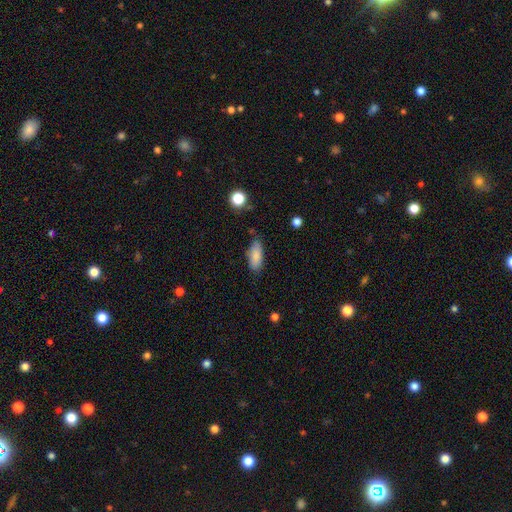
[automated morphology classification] Smooth or featured?
  - smooth: 85% *
  - featured or disk: 8%
  - star or artifact: 7%
How rounded?
  - in between: 79% *
  - cigar-shaped: 19%
  - round: 2%
Merging?
  - none: 75% *
  - minor disturbance: 19%
  - major disturbance: 4%
  - merger: 2%